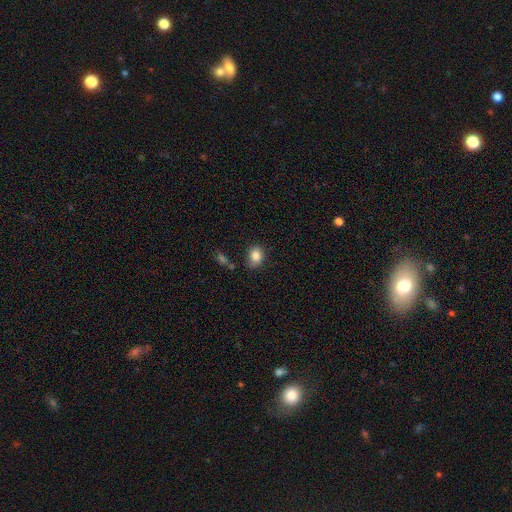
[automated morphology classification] Q: Smooth or featured?
A: smooth (85%); runner-up: star or artifact (9%)
Q: How rounded?
A: in between (58%); runner-up: round (41%)
Q: Merging?
A: none (71%); runner-up: minor disturbance (20%)